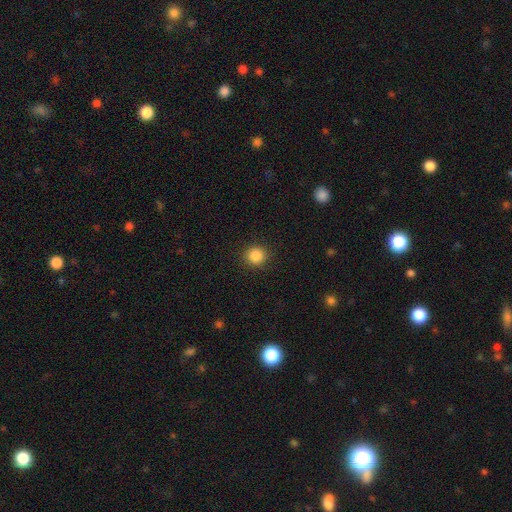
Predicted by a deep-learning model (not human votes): A smooth galaxy with no disk features (86%) that is round (92%). Merging: none (91%).